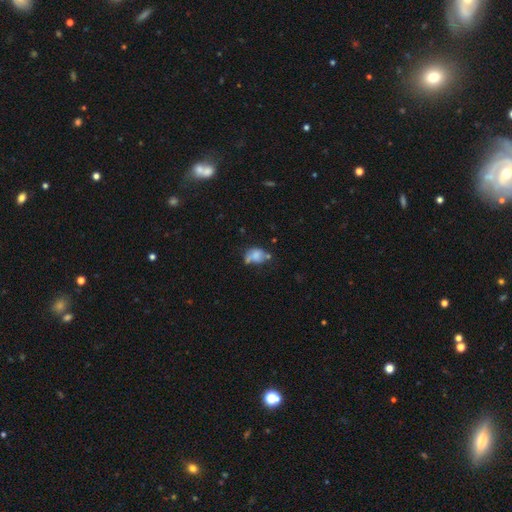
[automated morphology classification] smooth_or_featured: smooth (p=0.58) [alt: featured or disk p=0.30]
how_rounded: in between (p=0.73) [alt: round p=0.25]
merging: none (p=0.32) [alt: minor disturbance p=0.27]